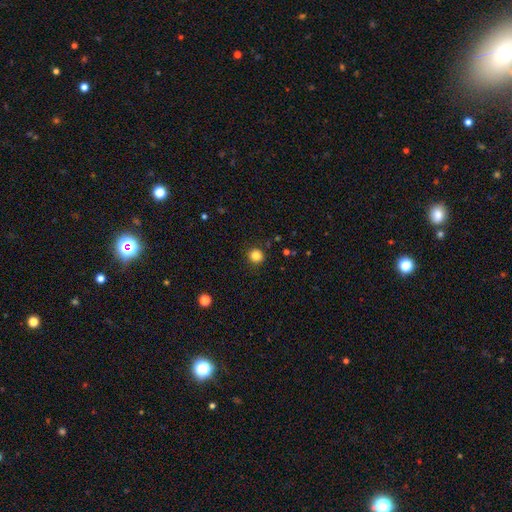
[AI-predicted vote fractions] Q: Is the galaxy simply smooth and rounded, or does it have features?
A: smooth — 84%.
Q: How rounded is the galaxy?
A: round — 92%.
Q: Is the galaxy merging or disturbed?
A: none — 90%.